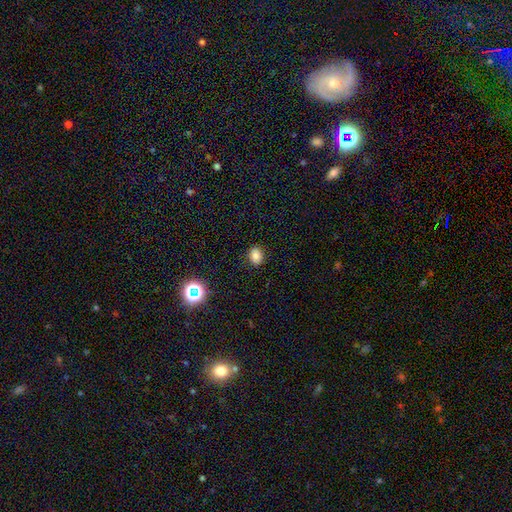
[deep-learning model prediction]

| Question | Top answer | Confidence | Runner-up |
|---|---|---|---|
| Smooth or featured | smooth | 82% | star or artifact (13%) |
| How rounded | in between | 55% | round (44%) |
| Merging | none | 88% | minor disturbance (9%) |